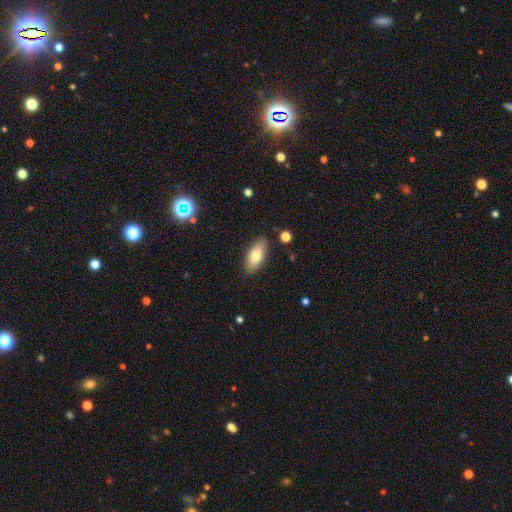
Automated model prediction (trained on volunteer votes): Smooth or featured? smooth (78%)
How rounded? in between (87%)
Merging? none (86%)